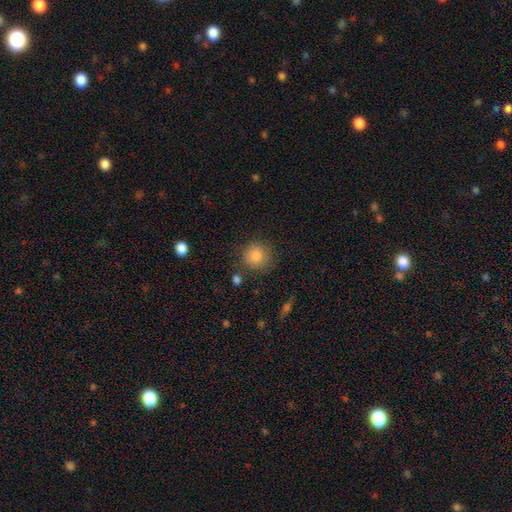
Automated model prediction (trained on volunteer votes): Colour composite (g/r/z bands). It shows a smooth galaxy with no disk features (83%) that is round (92%). Merging: none (85%).